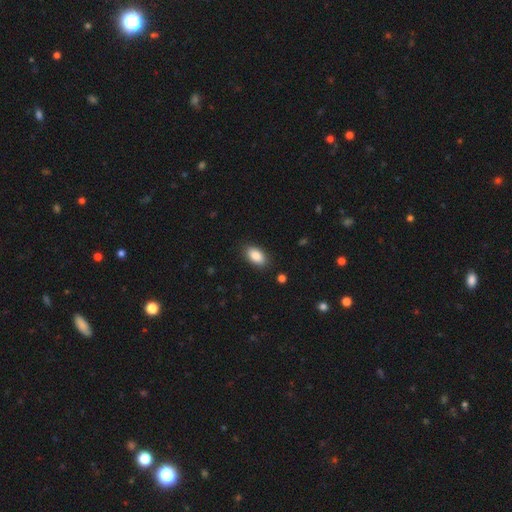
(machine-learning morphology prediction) Smooth or featured? smooth (88%)
How rounded? in between (93%)
Merging? none (88%)